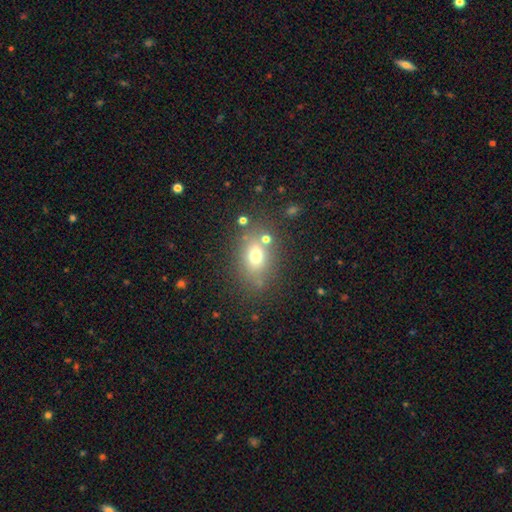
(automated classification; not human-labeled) smooth 68%, featured or disk 17%, star or artifact 16%. Down the decision tree: how rounded — in between (62%); merging — none (70%).